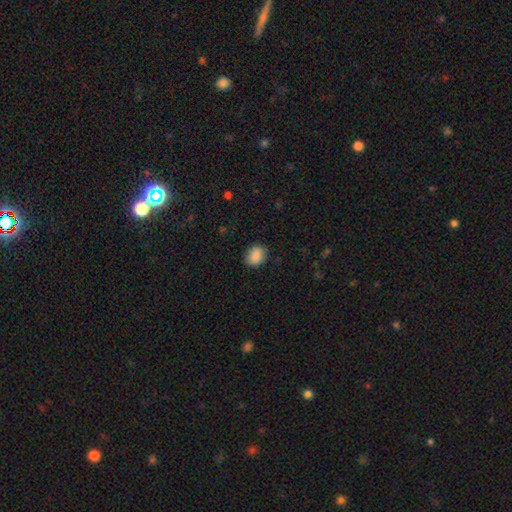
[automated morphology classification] Smooth or featured: smooth — 87% (star or artifact — 8%)
How rounded: in between — 55% (round — 44%)
Merging: none — 83% (minor disturbance — 13%)